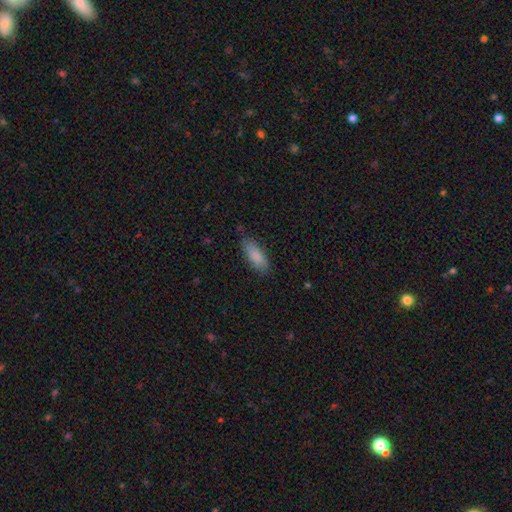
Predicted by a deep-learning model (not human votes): Morphology: type=smooth (87%); roundness=in between (68%); merging=none (80%).